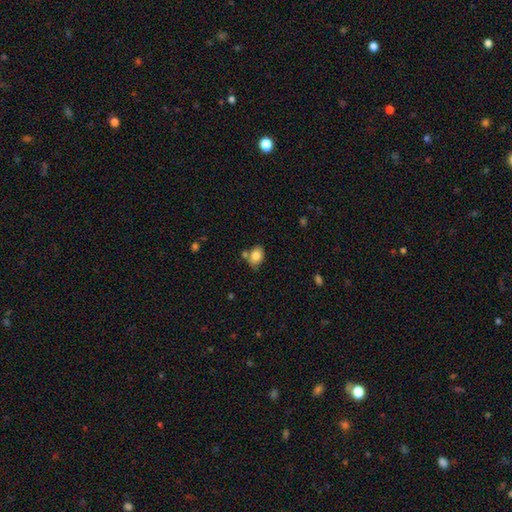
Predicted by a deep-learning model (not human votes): A smooth galaxy with no disk features (81%) that is in between round and cigar-shaped (71%).

Vote fractions:
- Smooth or featured? smooth: 81% / featured or disk: 11% / star or artifact: 9%
- How rounded? in between: 71% / round: 28% / cigar-shaped: 1%
- Merging? none: 64% / minor disturbance: 18% / merger: 14% / major disturbance: 4%